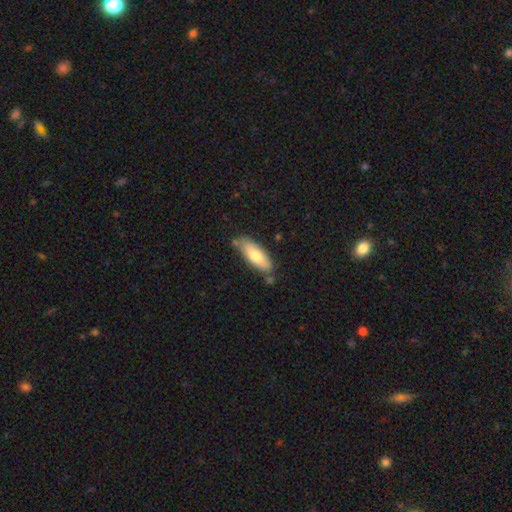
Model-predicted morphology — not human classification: A smooth galaxy with no disk features (72%) that is in between round and cigar-shaped (62%).

Vote fractions:
- Smooth or featured? smooth: 72% / featured or disk: 22% / star or artifact: 6%
- How rounded? in between: 62% / cigar-shaped: 37% / round: 2%
- Merging? none: 73% / minor disturbance: 17% / merger: 7% / major disturbance: 3%